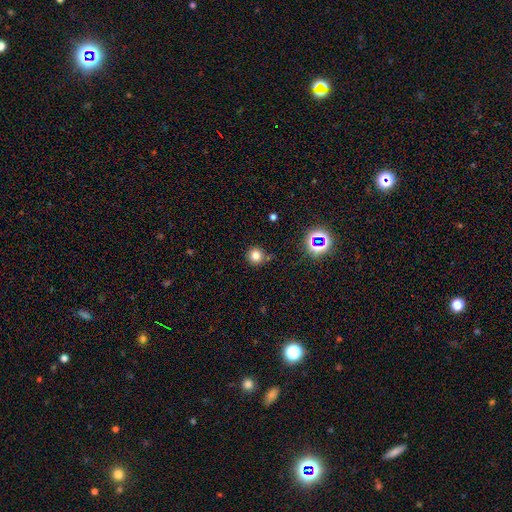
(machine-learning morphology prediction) Q: Smooth or featured?
A: smooth (77%); runner-up: star or artifact (17%)
Q: How rounded?
A: round (93%); runner-up: in between (6%)
Q: Merging?
A: none (80%); runner-up: minor disturbance (11%)